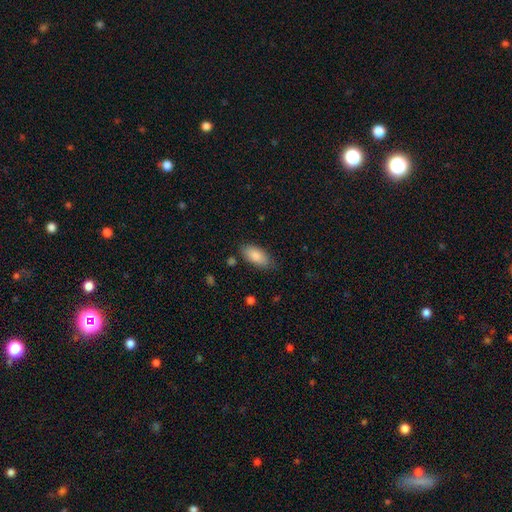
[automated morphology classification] This is clearly a smooth galaxy (85%). How rounded: clearly in between (90%). Merging: likely none (78%).